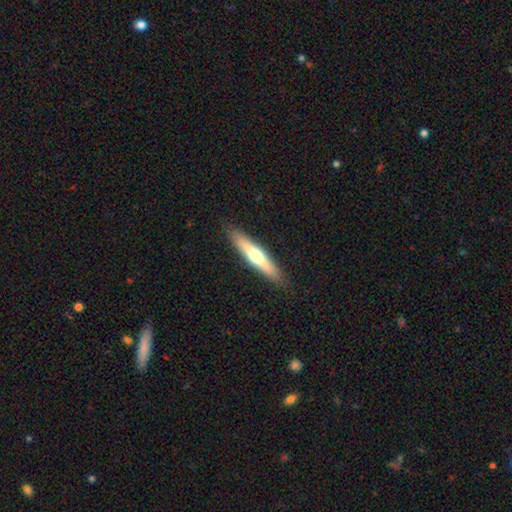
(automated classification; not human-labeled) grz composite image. It shows a smooth galaxy with no disk features (48%). Merging: none (89%).